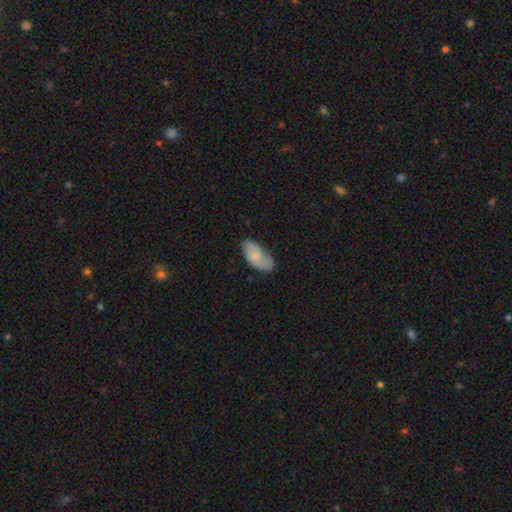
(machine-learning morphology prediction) Overall: smooth (65%; featured or disk 28%). How rounded: in between (93%). Merging: none (61%; minor disturbance 29%).